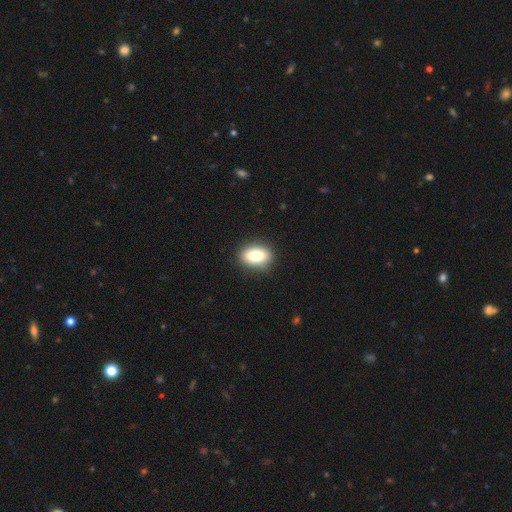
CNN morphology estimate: This is clearly a smooth galaxy (83%). How rounded: clearly in between (85%). Merging: clearly none (87%).